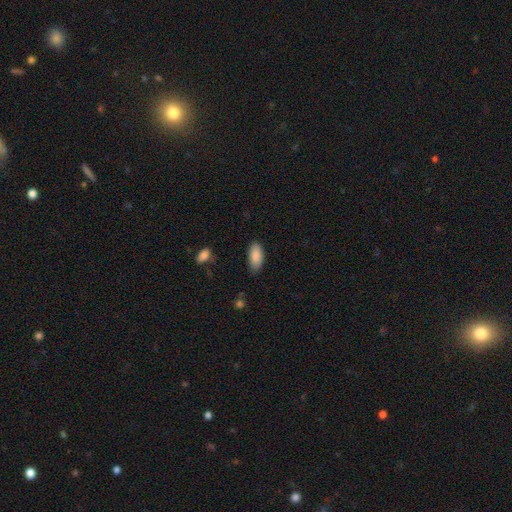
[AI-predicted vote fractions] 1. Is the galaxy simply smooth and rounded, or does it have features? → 88% smooth, 6% star or artifact, 5% featured or disk.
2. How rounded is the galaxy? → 90% in between, 8% cigar-shaped, 2% round.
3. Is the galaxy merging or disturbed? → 79% none, 17% minor disturbance, 3% major disturbance, 1% merger.